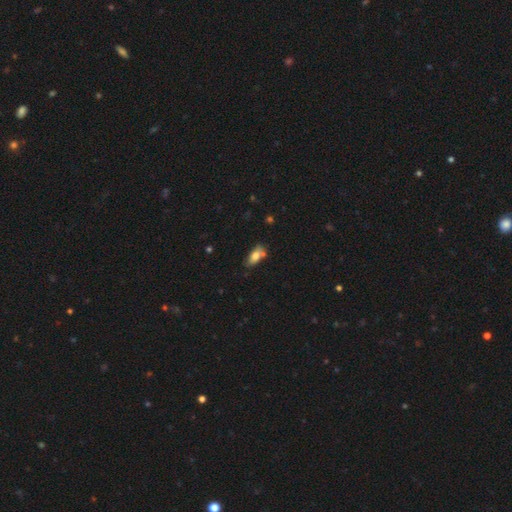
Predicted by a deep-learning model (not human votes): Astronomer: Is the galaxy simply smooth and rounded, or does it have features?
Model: smooth — 75%.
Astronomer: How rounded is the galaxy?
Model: in between — 86%.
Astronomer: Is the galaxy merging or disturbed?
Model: none — 52%.